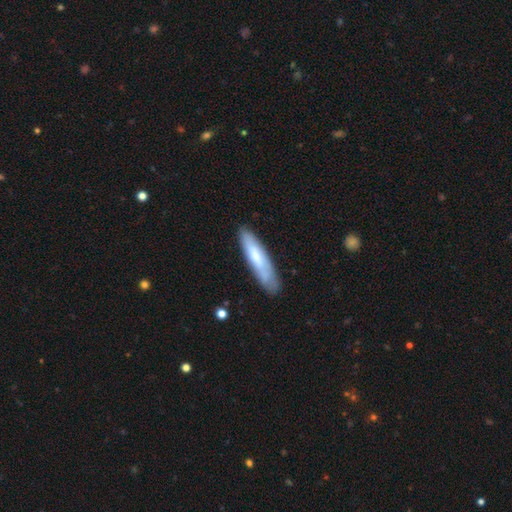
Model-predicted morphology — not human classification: Q: Smooth or featured?
A: smooth (68%); runner-up: featured or disk (26%)
Q: How rounded?
A: cigar-shaped (79%); runner-up: in between (19%)
Q: Merging?
A: none (80%); runner-up: minor disturbance (15%)